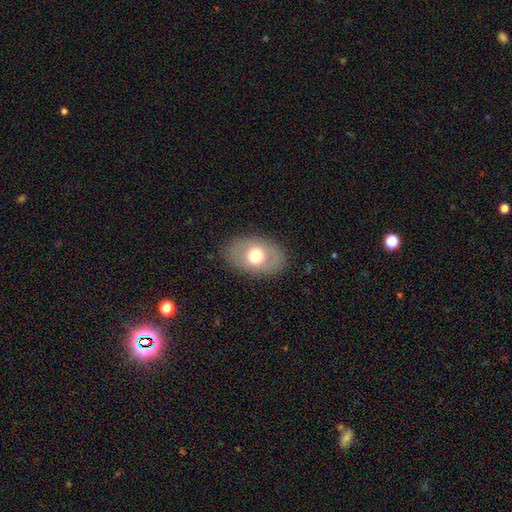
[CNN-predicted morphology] smooth-or-featured: smooth: 65% | featured or disk: 27% | star or artifact: 8%
  how-rounded: in between: 83% | round: 16% | cigar-shaped: 1%
  merging: none: 84% | minor disturbance: 11% | major disturbance: 4% | merger: 1%